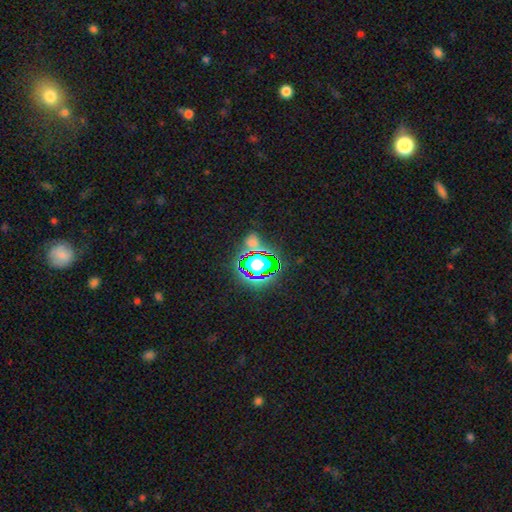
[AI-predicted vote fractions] Smooth or featured? Predicted: star or artifact (p=0.79).